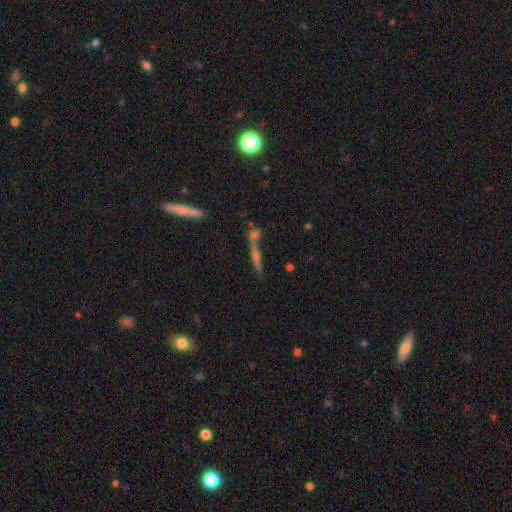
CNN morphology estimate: The model was most divided on "smooth or featured": featured or disk: 47%, smooth: 35%, star or artifact: 18%. More confident: merging — none (51%).